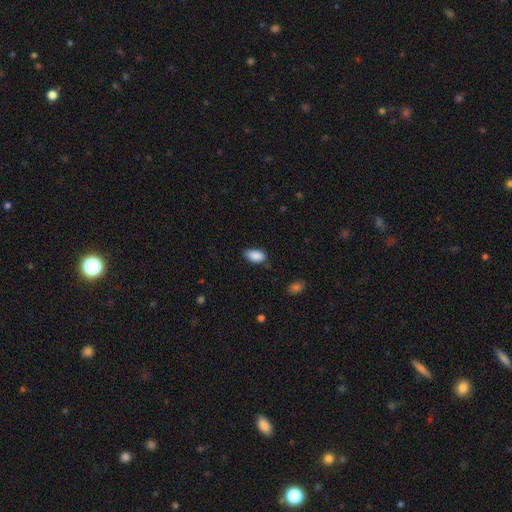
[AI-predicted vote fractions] A smooth galaxy with no disk features (89%) that is in between round and cigar-shaped (93%).

Vote fractions:
- Smooth or featured? smooth: 89% / star or artifact: 7% / featured or disk: 4%
- How rounded? in between: 93% / round: 5% / cigar-shaped: 2%
- Merging? none: 77% / minor disturbance: 18% / major disturbance: 3% / merger: 1%